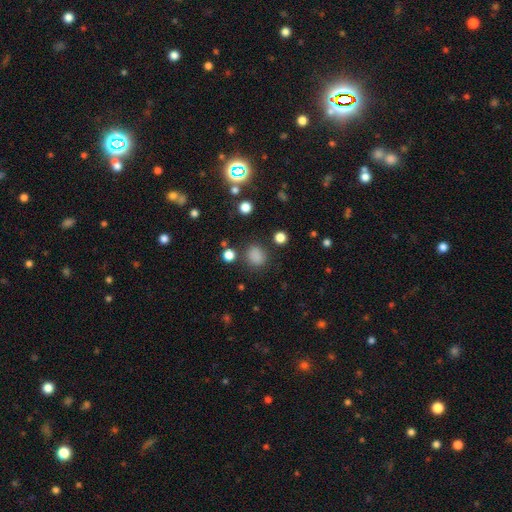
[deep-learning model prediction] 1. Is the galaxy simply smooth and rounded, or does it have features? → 81% smooth, 15% star or artifact, 4% featured or disk.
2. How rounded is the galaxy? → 69% round, 30% in between, 1% cigar-shaped.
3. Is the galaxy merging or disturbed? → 81% none, 11% minor disturbance, 5% major disturbance, 3% merger.